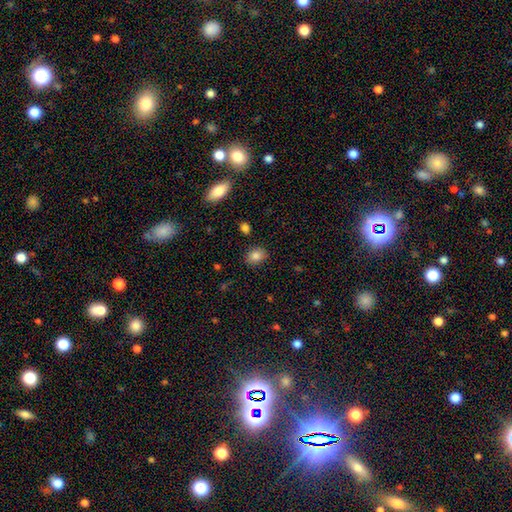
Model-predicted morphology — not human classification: type=smooth (85%); roundness=in between (62%); merging=none (85%).